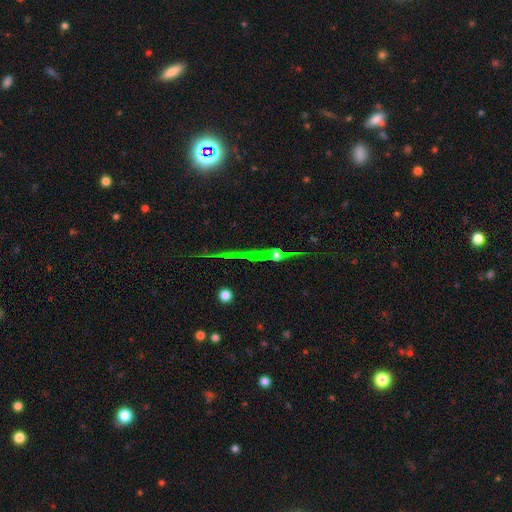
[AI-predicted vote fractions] Smooth or featured: star or artifact — 52% (featured or disk — 33%)